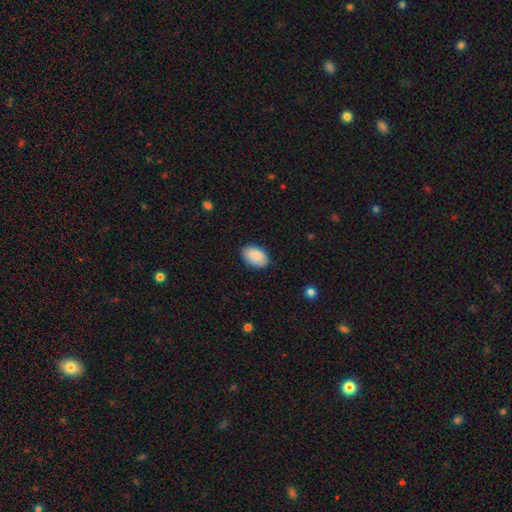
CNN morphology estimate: A smooth galaxy with no disk features (88%) that is in between round and cigar-shaped (93%).

Vote fractions:
- Smooth or featured? smooth: 88% / featured or disk: 6% / star or artifact: 6%
- How rounded? in between: 93% / round: 6% / cigar-shaped: 1%
- Merging? none: 85% / minor disturbance: 12% / major disturbance: 2% / merger: 1%